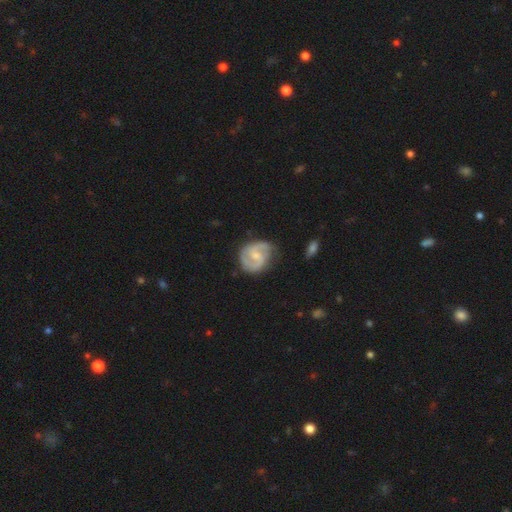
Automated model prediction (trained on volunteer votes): This appears to be a featured or disk galaxy (83%) with a weak bar (55%), 2 (87%) medium (53%) spiral arms (96%) and a small central bulge (50%). Merging: none (71%).